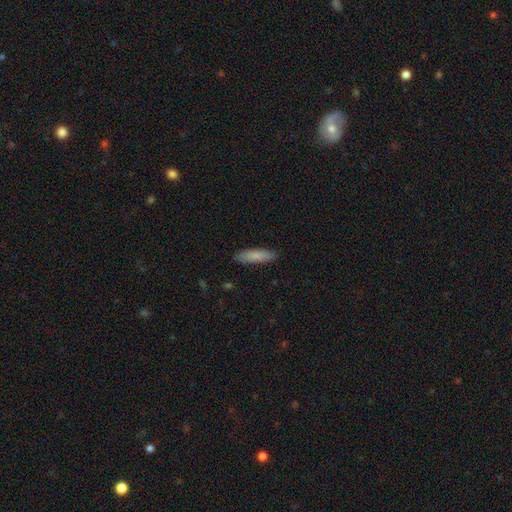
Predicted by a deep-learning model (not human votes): Morphology: type=smooth (84%); roundness=cigar-shaped (66%); merging=none (89%).